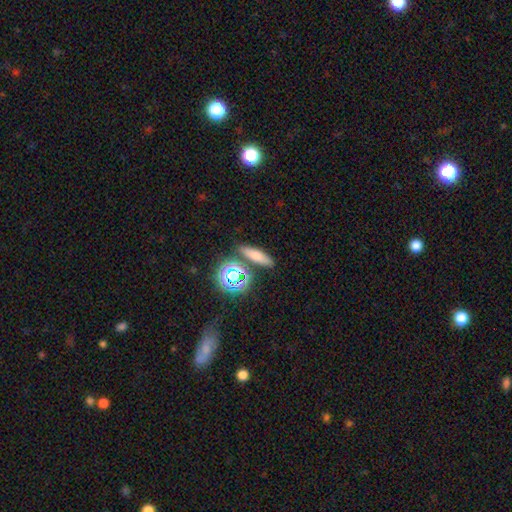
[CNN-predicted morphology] A smooth galaxy with no disk features (64%) that is cigar-shaped (53%). Merging: none (81%).